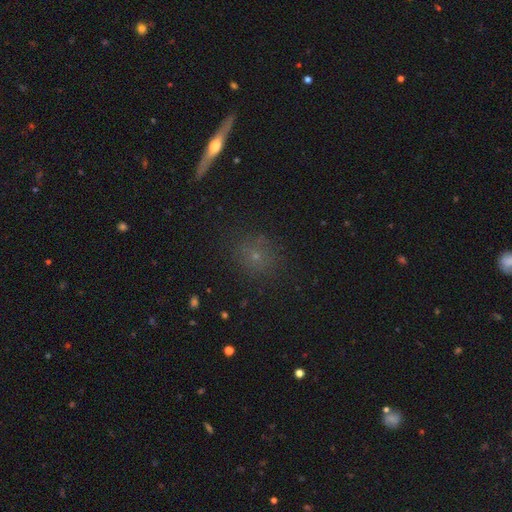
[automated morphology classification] Q: Smooth or featured?
A: smooth (54%); runner-up: star or artifact (26%)
Q: How rounded?
A: round (81%); runner-up: in between (16%)
Q: Merging?
A: none (85%); runner-up: minor disturbance (10%)